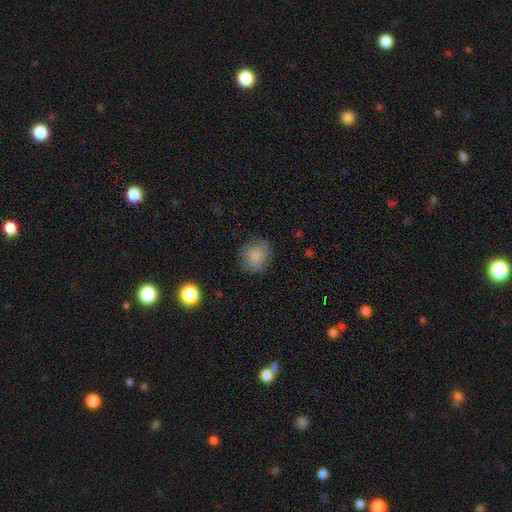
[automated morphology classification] smooth_or_featured: smooth (p=0.80) [alt: featured or disk p=0.10]
how_rounded: round (p=0.82) [alt: in between p=0.17]
merging: none (p=0.74) [alt: minor disturbance p=0.19]